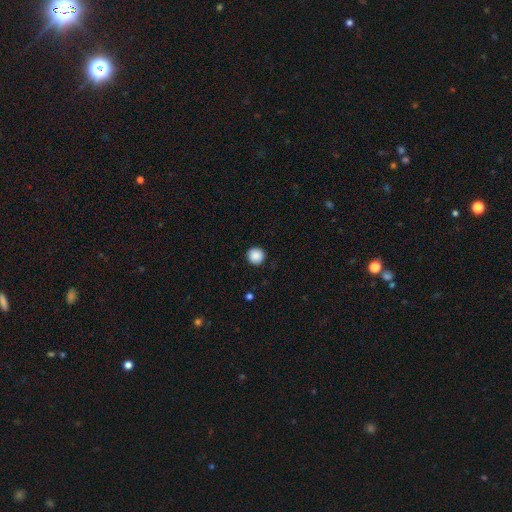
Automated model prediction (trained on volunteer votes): Smooth or featured?
  - smooth: 88% *
  - star or artifact: 9%
  - featured or disk: 3%
How rounded?
  - round: 95% *
  - in between: 4%
  - cigar-shaped: 1%
Merging?
  - none: 91% *
  - minor disturbance: 6%
  - major disturbance: 2%
  - merger: 1%